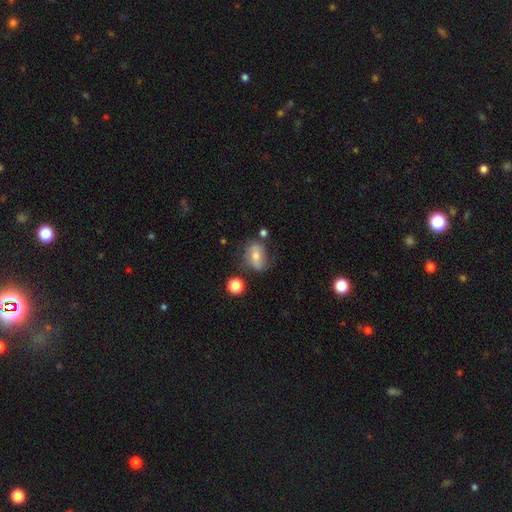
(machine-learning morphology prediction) smooth 51%, featured or disk 38%, star or artifact 11%. Down the decision tree: how rounded — in between (71%); merging — none (59%).